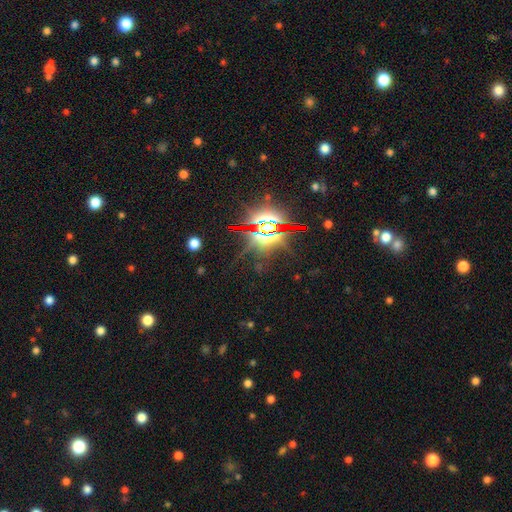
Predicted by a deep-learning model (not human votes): Smooth or featured: star or artifact — 84% (featured or disk — 8%)